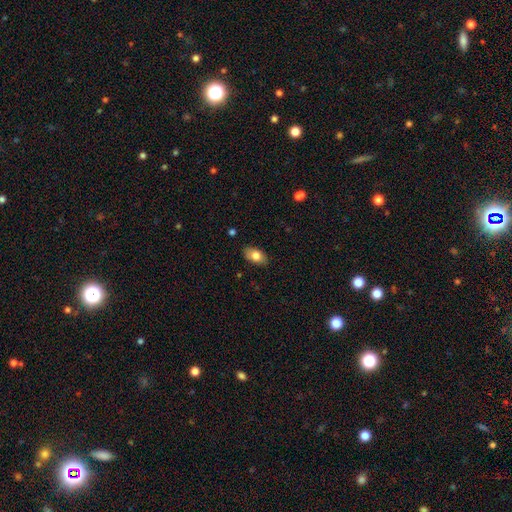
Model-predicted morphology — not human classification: smooth-or-featured: smooth: 80% | featured or disk: 13% | star or artifact: 7%
  how-rounded: in between: 92% | round: 6% | cigar-shaped: 2%
  merging: none: 86% | minor disturbance: 11% | major disturbance: 2% | merger: 1%